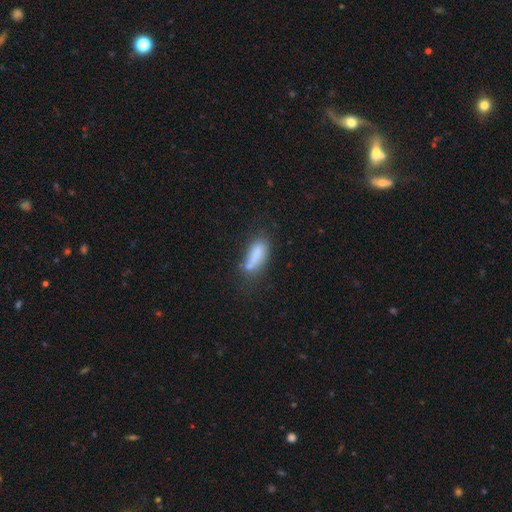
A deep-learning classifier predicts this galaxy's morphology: smooth-or-featured: smooth: 78% | featured or disk: 12% | star or artifact: 9%
  how-rounded: in between: 67% | cigar-shaped: 30% | round: 3%
  merging: none: 46% | minor disturbance: 25% | merger: 16% | major disturbance: 13%